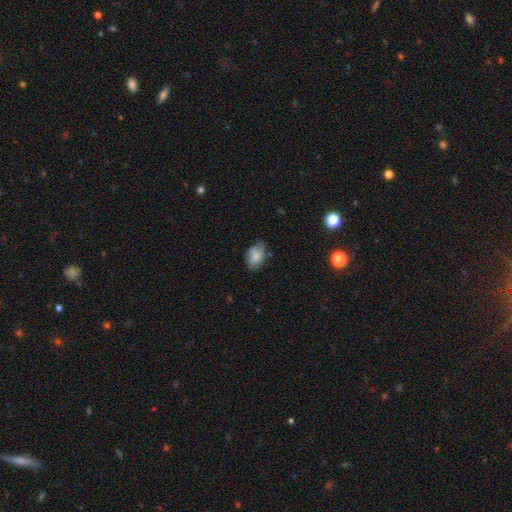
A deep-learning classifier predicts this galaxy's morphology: Overall: smooth (74%). How rounded: in between (88%). Merging: none (58%; minor disturbance 32%).